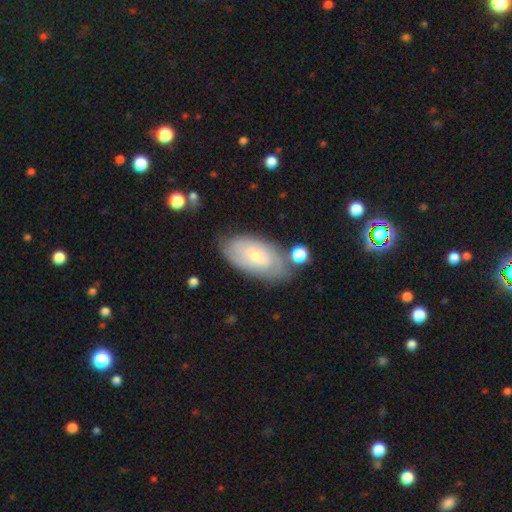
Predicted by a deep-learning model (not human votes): The model was most divided on "smooth or featured": featured or disk: 53%, smooth: 40%, star or artifact: 7%. More confident: edge-on disk — no (91%); merging — none (68%).